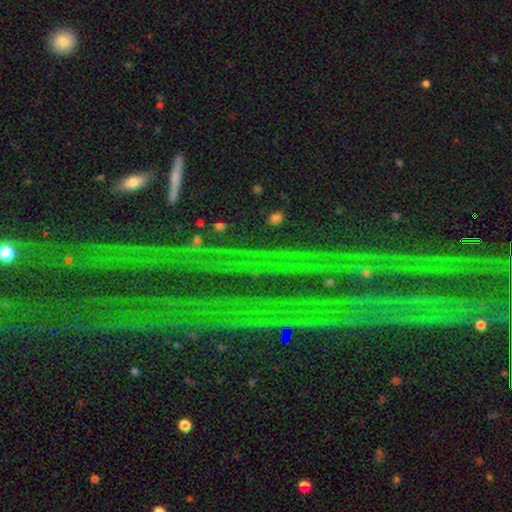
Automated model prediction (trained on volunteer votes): This is clearly a star or artifact rather than a galaxy (81%).